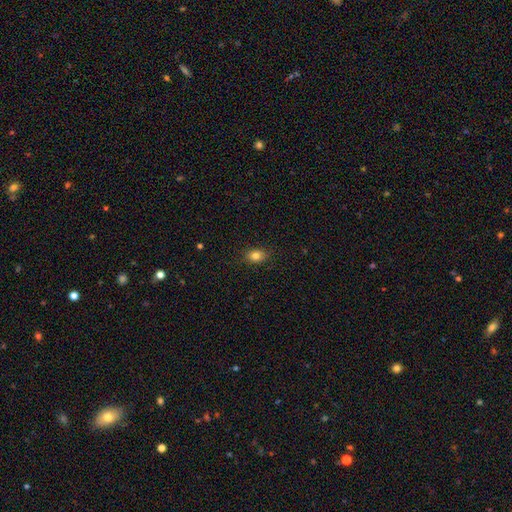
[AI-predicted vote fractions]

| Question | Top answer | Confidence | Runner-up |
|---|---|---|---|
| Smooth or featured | smooth | 82% | star or artifact (10%) |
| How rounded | in between | 73% | round (25%) |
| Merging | none | 87% | minor disturbance (10%) |